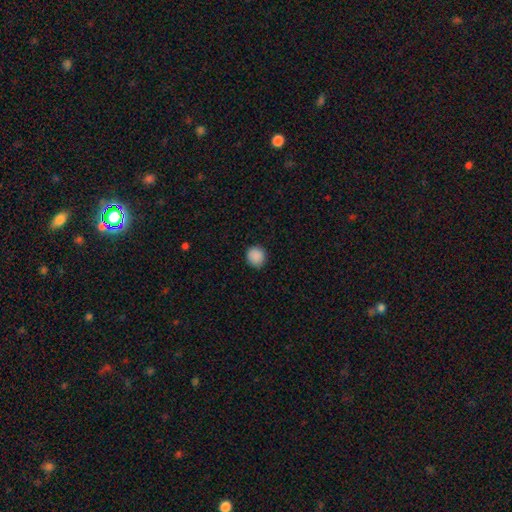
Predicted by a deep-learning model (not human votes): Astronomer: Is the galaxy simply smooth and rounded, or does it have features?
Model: smooth — 89%.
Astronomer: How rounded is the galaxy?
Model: round — 91%.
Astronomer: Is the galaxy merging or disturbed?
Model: none — 90%.